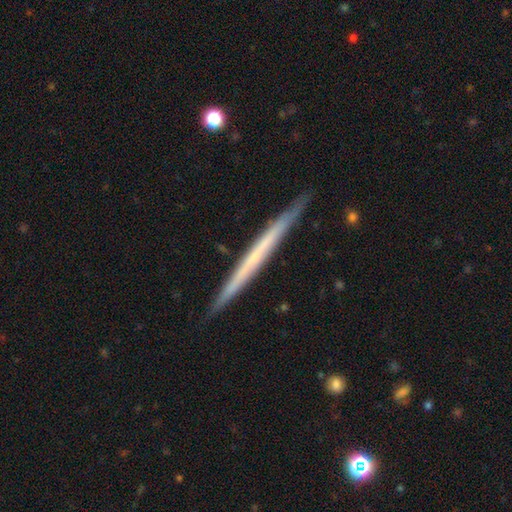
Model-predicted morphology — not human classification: Smooth or featured? featured or disk (58%)
Edge-on disk? yes (97%)
Edge-on bulge? none (88%)
Merging? none (90%)